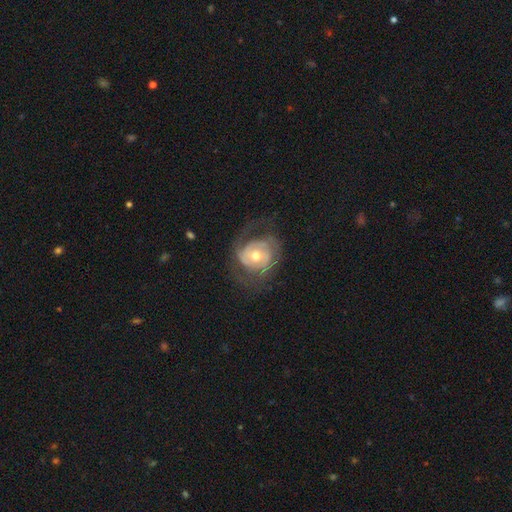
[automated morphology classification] The model was most divided on "spiral winding": tight: 46%, medium: 36%, loose: 18%. More confident: edge-on disk — no (97%); spiral arms — yes (84%); smooth or featured — featured or disk (77%); bar — no (70%); bulge size — moderate (68%); merging — none (57%); spiral arm count — 2 (50%).